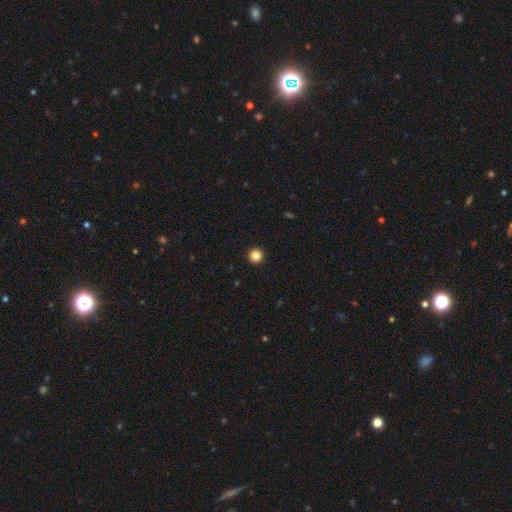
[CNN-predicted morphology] Smooth or featured: smooth — 85% (star or artifact — 11%)
How rounded: round — 96% (in between — 3%)
Merging: none — 94% (minor disturbance — 3%)